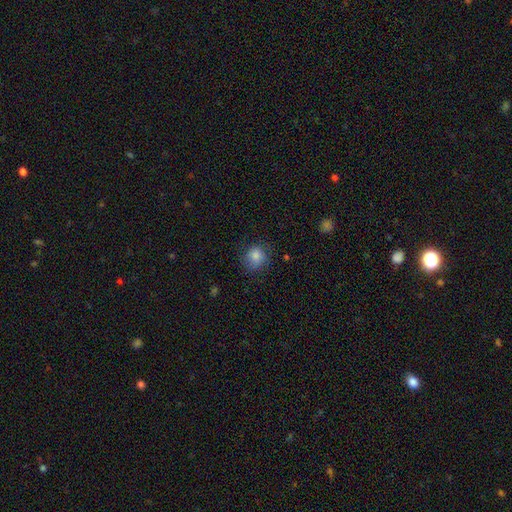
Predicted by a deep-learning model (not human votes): smooth-or-featured: smooth: 81% | star or artifact: 10% | featured or disk: 9%
  how-rounded: round: 81% | in between: 18% | cigar-shaped: 1%
  merging: none: 72% | minor disturbance: 20% | major disturbance: 7% | merger: 1%